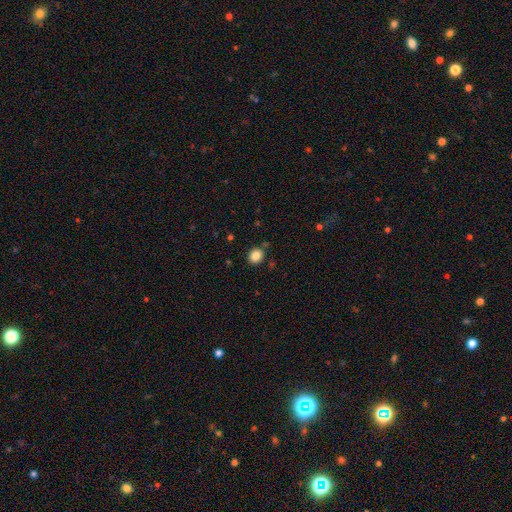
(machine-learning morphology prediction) smooth 85%, star or artifact 10%, featured or disk 5%. Down the decision tree: how rounded — round (65%); merging — none (86%).